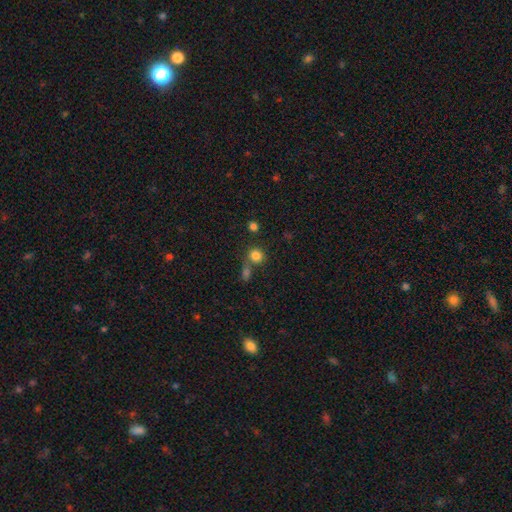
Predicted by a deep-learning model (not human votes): Smooth or featured?
  - smooth: 81% *
  - star or artifact: 12%
  - featured or disk: 6%
How rounded?
  - round: 84% *
  - in between: 15%
  - cigar-shaped: 1%
Merging?
  - none: 66% *
  - merger: 21%
  - minor disturbance: 9%
  - major disturbance: 4%